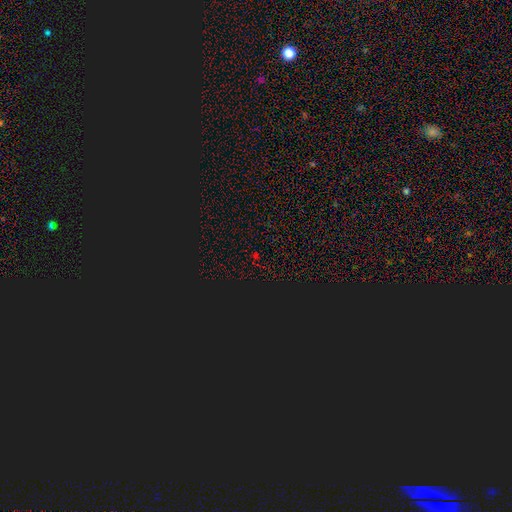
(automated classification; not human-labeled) smooth-or-featured: star or artifact: 77% | smooth: 17% | featured or disk: 7%